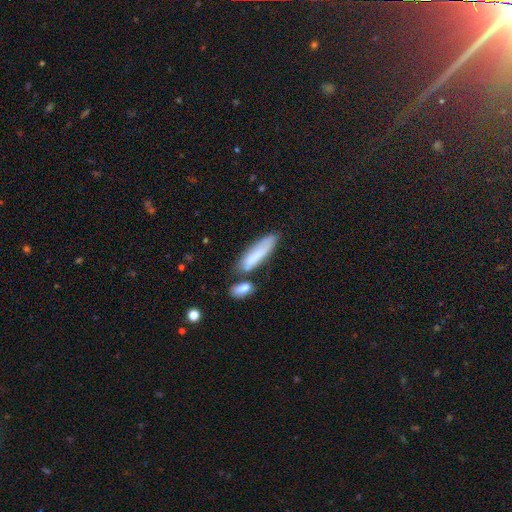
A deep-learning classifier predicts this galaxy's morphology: Overall: smooth (74%). How rounded: cigar-shaped (70%). Merging: none (53%; minor disturbance 21%).